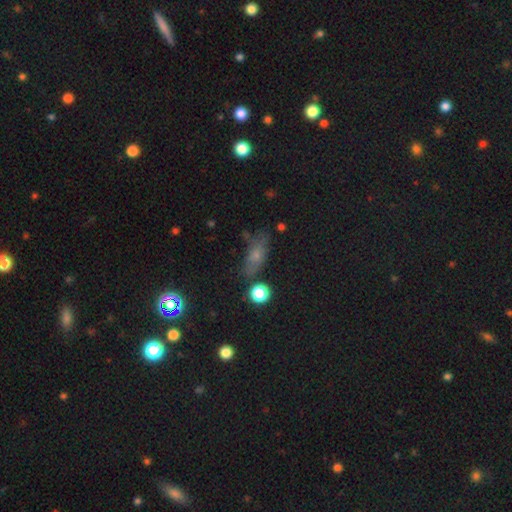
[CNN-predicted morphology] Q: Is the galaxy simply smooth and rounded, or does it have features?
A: smooth — 61%.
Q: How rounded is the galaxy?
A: in between — 69%.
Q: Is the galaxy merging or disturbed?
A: none — 65%.